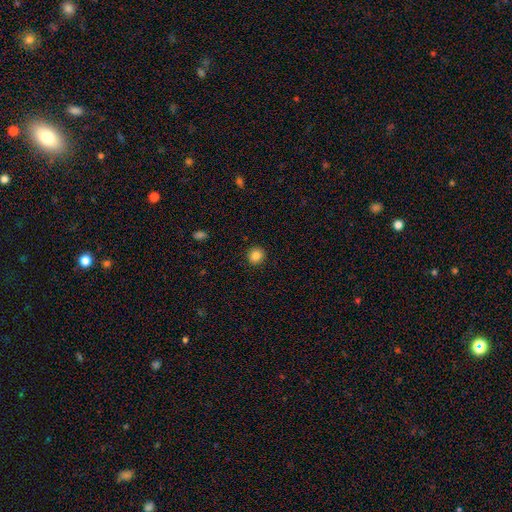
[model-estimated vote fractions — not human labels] smooth 85%, star or artifact 10%, featured or disk 5%. Down the decision tree: how rounded — round (90%); merging — none (92%).